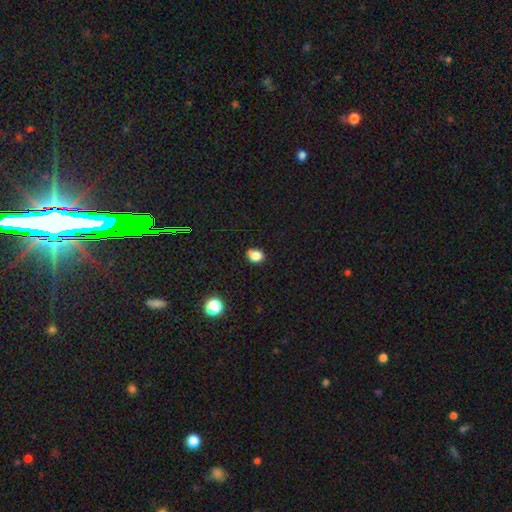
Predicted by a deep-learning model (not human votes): Smooth or featured: smooth — 83% (star or artifact — 12%)
How rounded: round — 51% (in between — 48%)
Merging: none — 76% (minor disturbance — 17%)